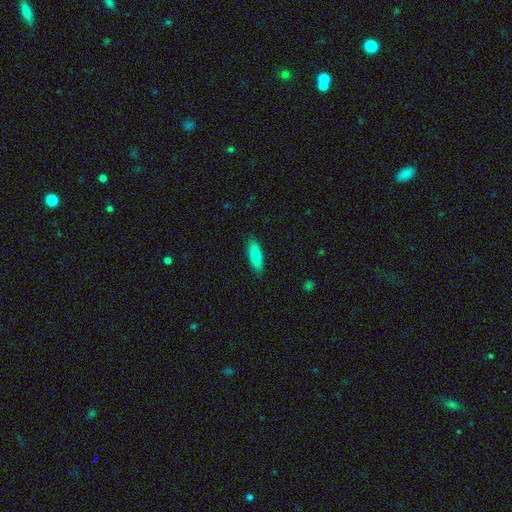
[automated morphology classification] Smooth or featured? smooth (82%)
How rounded? in between (51%)
Merging? none (88%)